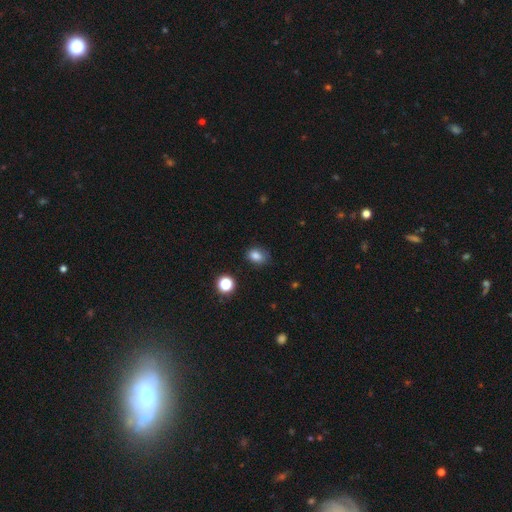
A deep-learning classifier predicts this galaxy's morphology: A smooth galaxy with no disk features (81%) that is in between round and cigar-shaped (60%).

Vote fractions:
- Smooth or featured? smooth: 81% / star or artifact: 13% / featured or disk: 6%
- How rounded? in between: 60% / round: 39% / cigar-shaped: 1%
- Merging? none: 75% / minor disturbance: 19% / major disturbance: 4% / merger: 2%